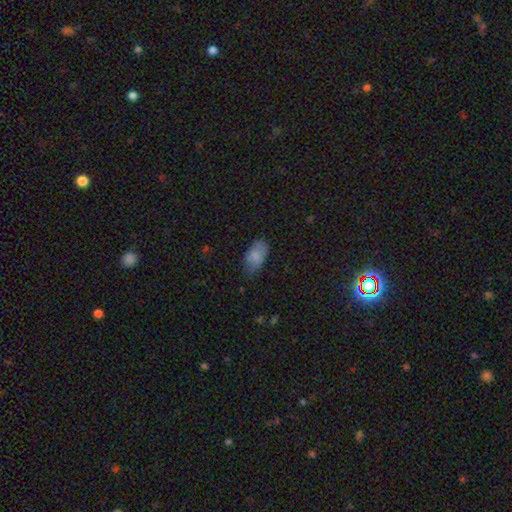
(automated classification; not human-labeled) smooth-or-featured: smooth: 79% | featured or disk: 14% | star or artifact: 8%
  how-rounded: in between: 93% | round: 5% | cigar-shaped: 2%
  merging: none: 54% | minor disturbance: 35% | major disturbance: 9% | merger: 2%